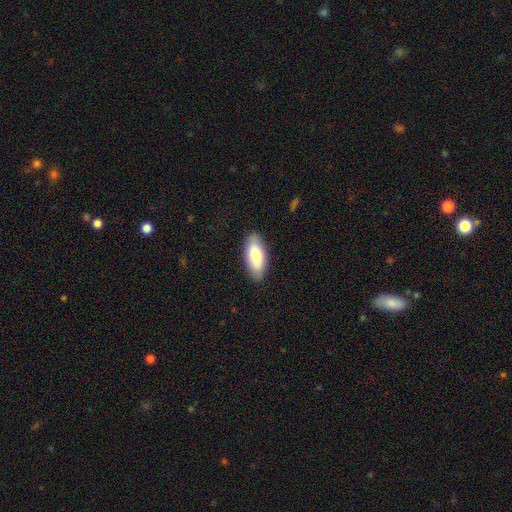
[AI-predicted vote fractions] Smooth or featured: smooth — 81% (featured or disk — 14%)
How rounded: in between — 85% (cigar-shaped — 13%)
Merging: none — 85% (minor disturbance — 12%)